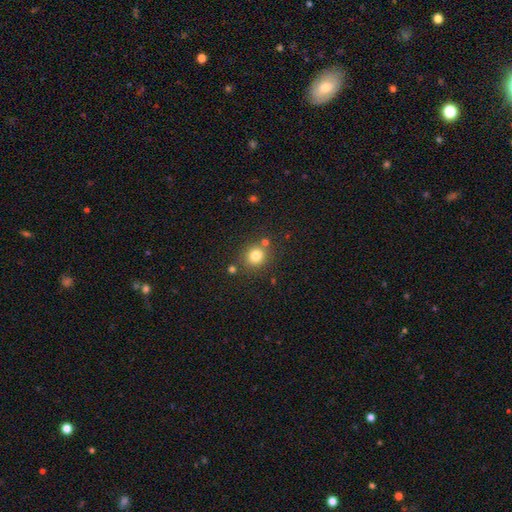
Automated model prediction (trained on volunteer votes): smooth 80%, star or artifact 13%, featured or disk 7%. Down the decision tree: how rounded — round (83%); merging — none (77%).